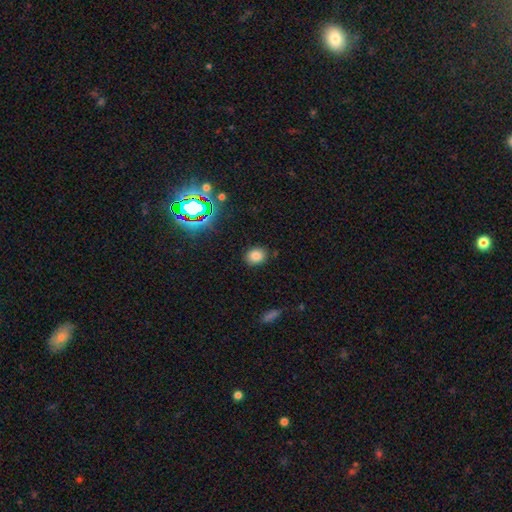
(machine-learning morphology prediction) A smooth galaxy with no disk features (79%) that is round (53%).

Vote fractions:
- Smooth or featured? smooth: 79% / star or artifact: 15% / featured or disk: 6%
- How rounded? round: 53% / in between: 46% / cigar-shaped: 1%
- Merging? none: 87% / minor disturbance: 9% / major disturbance: 3% / merger: 2%